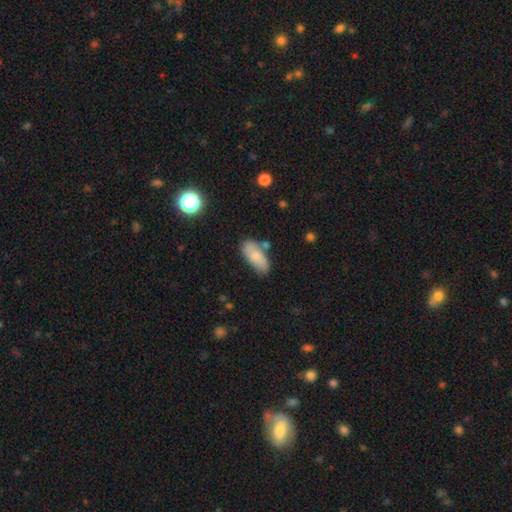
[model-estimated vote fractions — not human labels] Smooth or featured? smooth (75%)
How rounded? in between (86%)
Merging? none (65%)